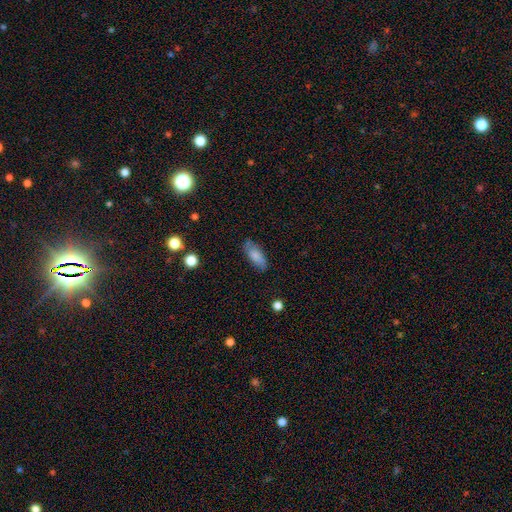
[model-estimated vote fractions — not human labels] Q: Smooth or featured?
A: smooth (80%); runner-up: featured or disk (13%)
Q: How rounded?
A: in between (79%); runner-up: cigar-shaped (18%)
Q: Merging?
A: none (75%); runner-up: minor disturbance (19%)